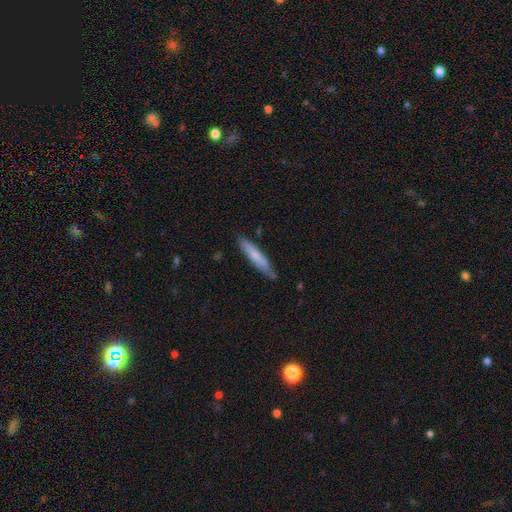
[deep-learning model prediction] Smooth or featured: smooth — 66% (featured or disk — 29%)
How rounded: cigar-shaped — 89% (in between — 10%)
Merging: none — 77% (minor disturbance — 18%)